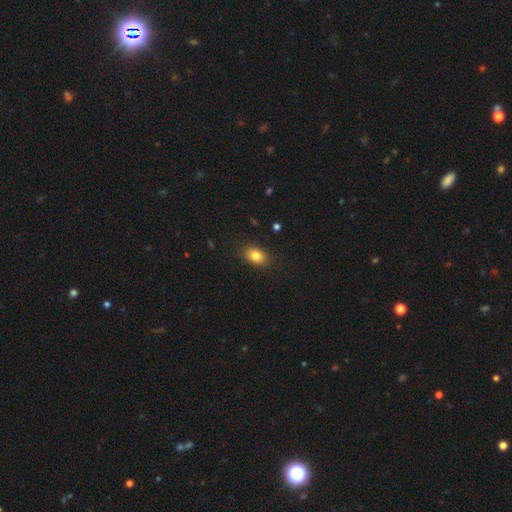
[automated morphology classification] A smooth galaxy with no disk features (82%) that is in between round and cigar-shaped (80%).

Vote fractions:
- Smooth or featured? smooth: 82% / star or artifact: 9% / featured or disk: 8%
- How rounded? in between: 80% / round: 19% / cigar-shaped: 1%
- Merging? none: 86% / minor disturbance: 10% / major disturbance: 3% / merger: 1%